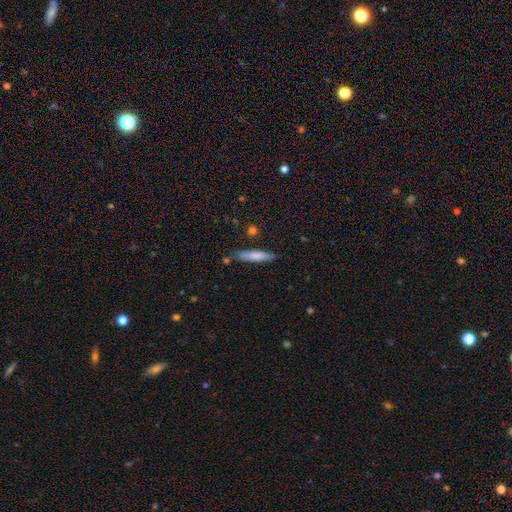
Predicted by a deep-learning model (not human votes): A smooth galaxy with no disk features (73%) that is cigar-shaped (89%). Merging: none (83%).